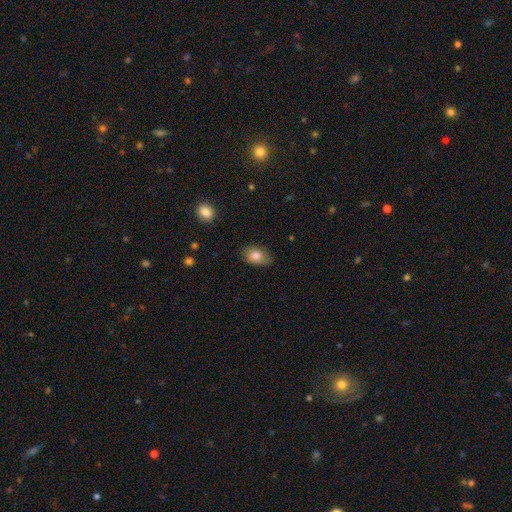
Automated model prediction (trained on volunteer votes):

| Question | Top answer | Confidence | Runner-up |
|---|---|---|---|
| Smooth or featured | smooth | 80% | featured or disk (12%) |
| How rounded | in between | 80% | round (18%) |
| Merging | none | 75% | minor disturbance (21%) |